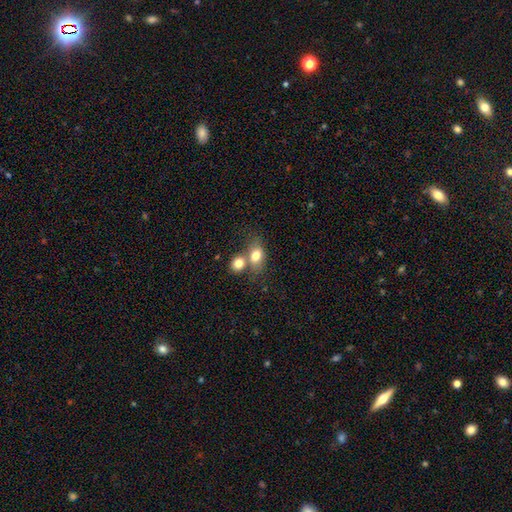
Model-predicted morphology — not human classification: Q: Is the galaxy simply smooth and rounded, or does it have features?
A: smooth — 78%.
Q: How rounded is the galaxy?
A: in between — 68%.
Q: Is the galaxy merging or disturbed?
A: merger — 48%.